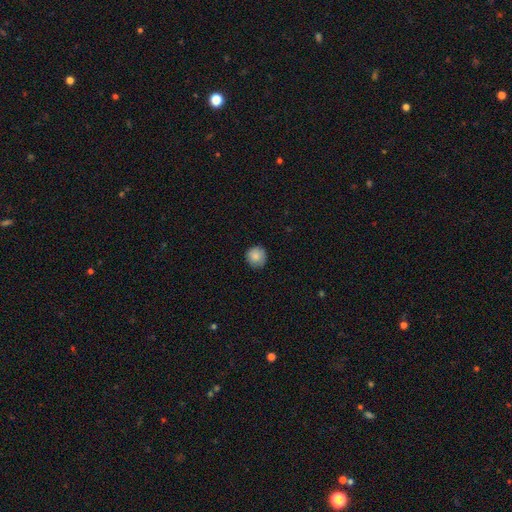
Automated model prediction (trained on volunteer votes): Smooth or featured? Predicted: smooth (p=0.86). How rounded? Predicted: round (p=0.93). Merging? Predicted: none (p=0.85).